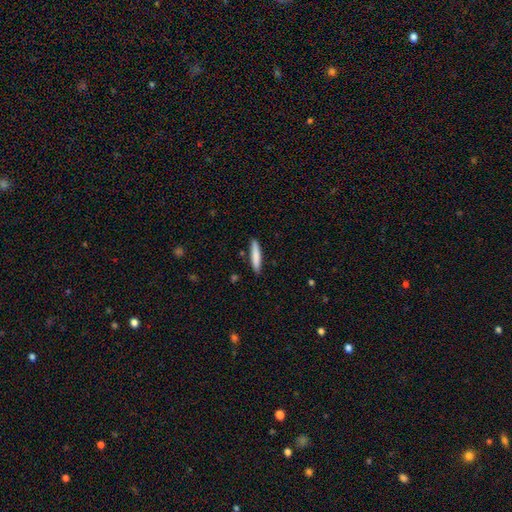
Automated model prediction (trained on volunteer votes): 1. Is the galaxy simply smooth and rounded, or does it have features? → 82% smooth, 12% featured or disk, 6% star or artifact.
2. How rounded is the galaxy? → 90% cigar-shaped, 9% in between, 1% round.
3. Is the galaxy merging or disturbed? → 88% none, 8% minor disturbance, 2% merger, 2% major disturbance.